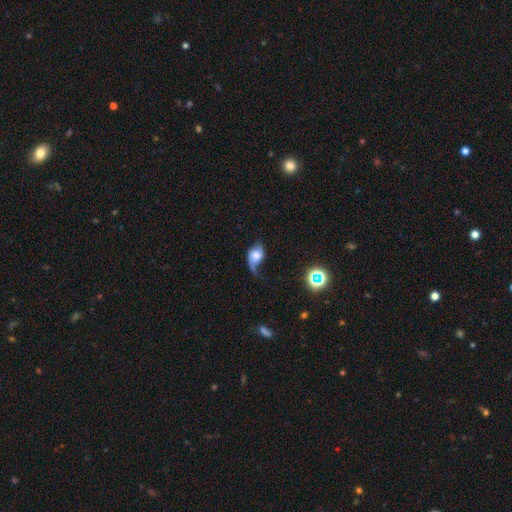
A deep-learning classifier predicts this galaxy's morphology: featured or disk 49%, smooth 41%, star or artifact 10%. Down the decision tree: merging — major disturbance (36%).